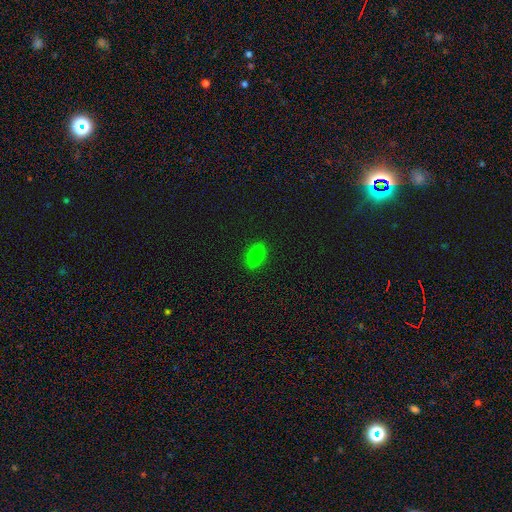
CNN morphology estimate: type=smooth (80%); roundness=in between (87%); merging=none (89%).